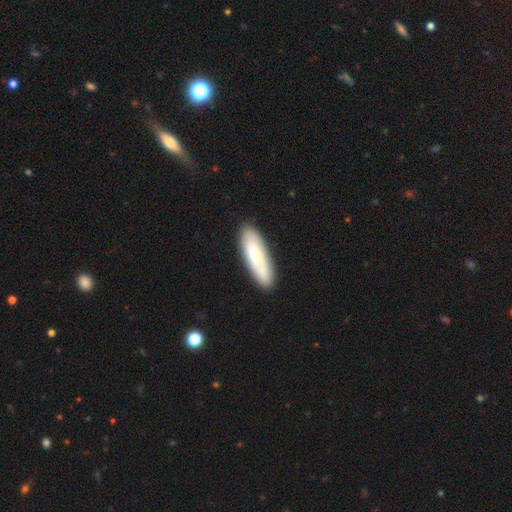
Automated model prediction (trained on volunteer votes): Smooth or featured? Predicted: smooth (p=0.69). How rounded? Predicted: cigar-shaped (p=0.58). Merging? Predicted: none (p=0.84).